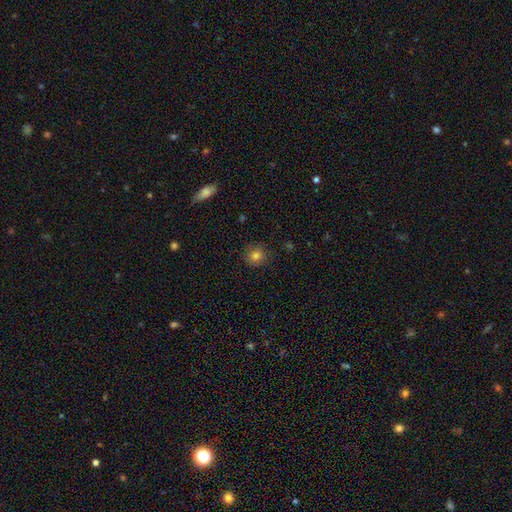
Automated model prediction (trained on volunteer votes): smooth_or_featured: smooth (p=0.81) [alt: star or artifact p=0.12]
how_rounded: round (p=0.85) [alt: in between p=0.14]
merging: none (p=0.84) [alt: minor disturbance p=0.12]